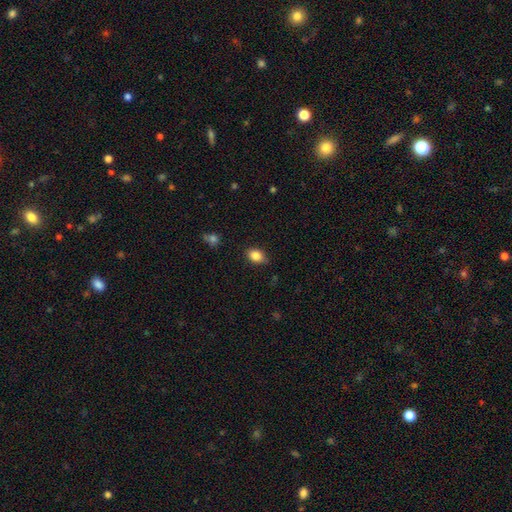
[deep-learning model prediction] Smooth or featured? Predicted: smooth (p=0.85). How rounded? Predicted: in between (p=0.76). Merging? Predicted: none (p=0.81).